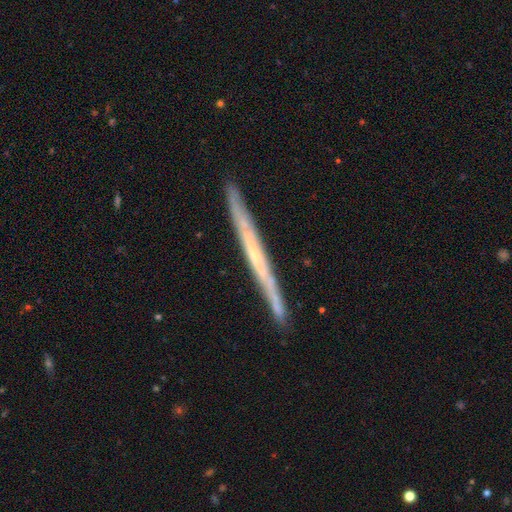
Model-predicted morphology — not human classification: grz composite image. It shows a featured or disk galaxy (69%) viewed edge-on (96%) with no central bulge (77%). Merging: none (88%).